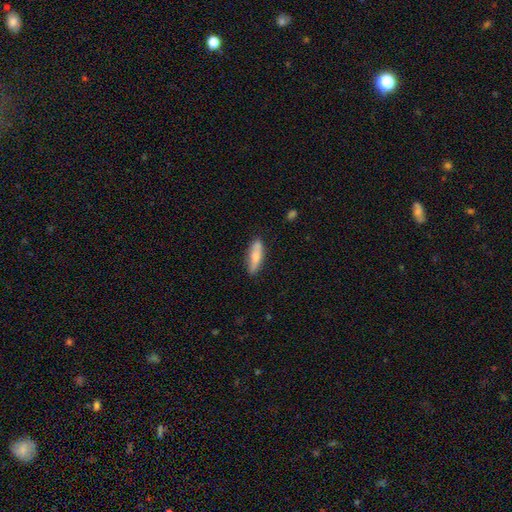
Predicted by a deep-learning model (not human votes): Smooth or featured: smooth — 69% (featured or disk — 25%)
How rounded: cigar-shaped — 54% (in between — 44%)
Merging: none — 78% (minor disturbance — 17%)